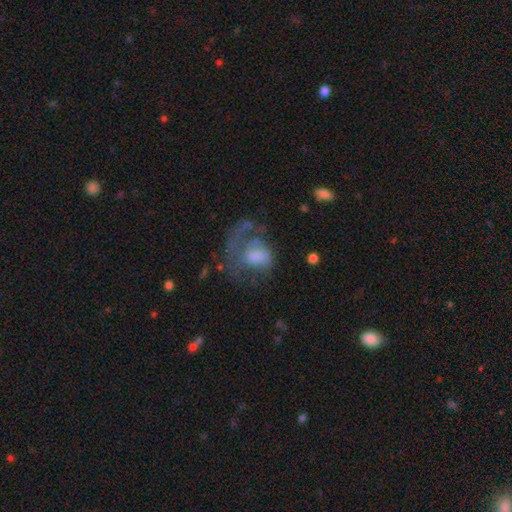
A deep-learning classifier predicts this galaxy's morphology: Smooth or featured?
  - featured or disk: 56% *
  - smooth: 34%
  - star or artifact: 11%
Edge-on disk?
  - no: 97% *
  - yes: 3%
Bar?
  - no: 75% *
  - weak: 21%
  - strong: 3%
Spiral arms?
  - yes: 62% *
  - no: 38%
Bulge size?
  - moderate: 35% *
  - large: 22%
  - none: 21%
  - small: 19%
  - dominant: 3%
Merging?
  - major disturbance: 48% *
  - none: 31%
  - minor disturbance: 17%
  - merger: 4%